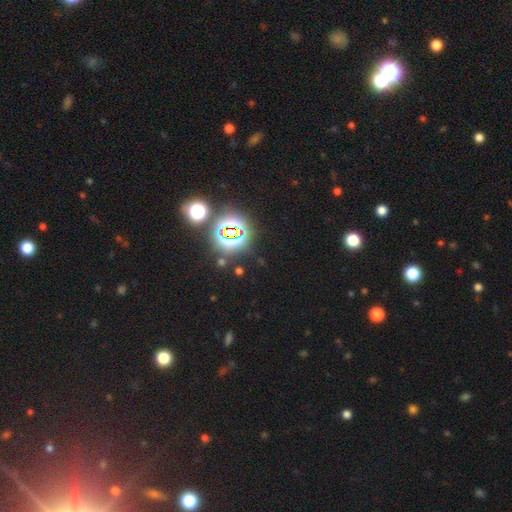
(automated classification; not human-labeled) Overall: star or artifact (76%).